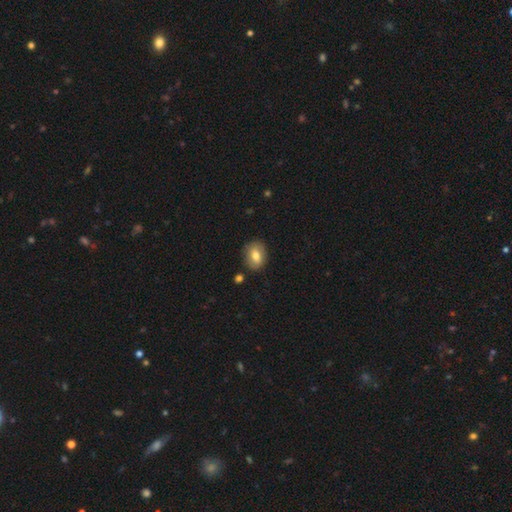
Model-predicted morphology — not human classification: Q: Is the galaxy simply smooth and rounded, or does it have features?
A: smooth — 75%.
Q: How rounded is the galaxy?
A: in between — 67%.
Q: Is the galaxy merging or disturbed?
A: none — 83%.